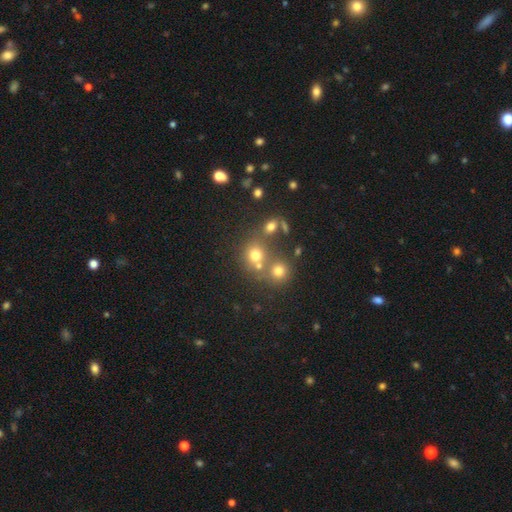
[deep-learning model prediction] Overall: smooth (67%). How rounded: round (80%). Merging: none (50%; merger 37%).